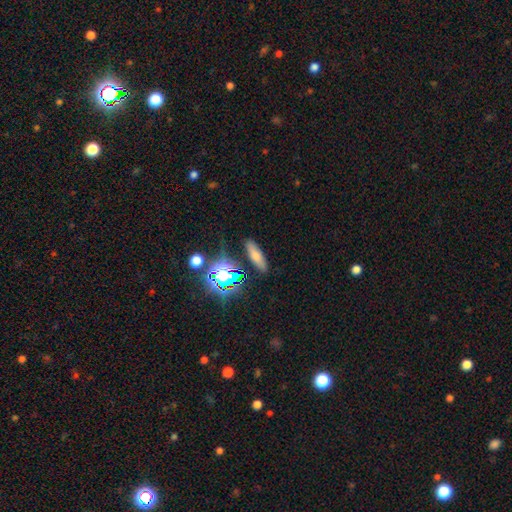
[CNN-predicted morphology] Q: Smooth or featured?
A: smooth (62%); runner-up: star or artifact (19%)
Q: How rounded?
A: cigar-shaped (54%); runner-up: in between (39%)
Q: Merging?
A: none (82%); runner-up: minor disturbance (11%)